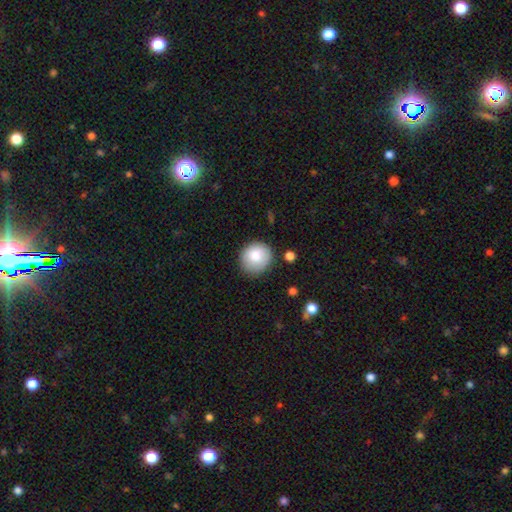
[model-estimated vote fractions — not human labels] The model was most divided on "merging": none: 81%, minor disturbance: 13%, major disturbance: 3%, merger: 2%. More confident: how rounded — round (86%); smooth or featured — smooth (82%).